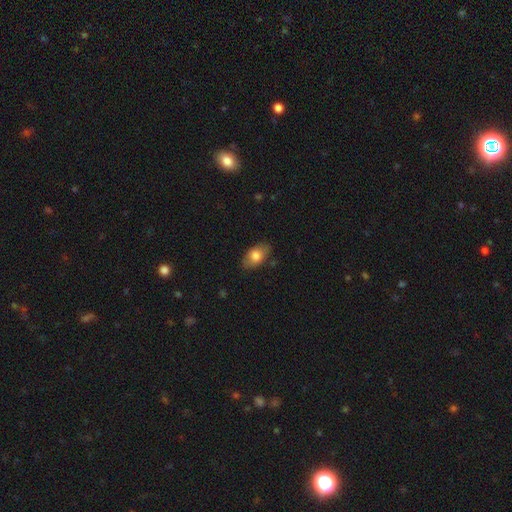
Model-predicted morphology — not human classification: The model was most divided on "smooth or featured": smooth: 76%, featured or disk: 17%, star or artifact: 7%. More confident: how rounded — in between (91%); merging — none (82%).